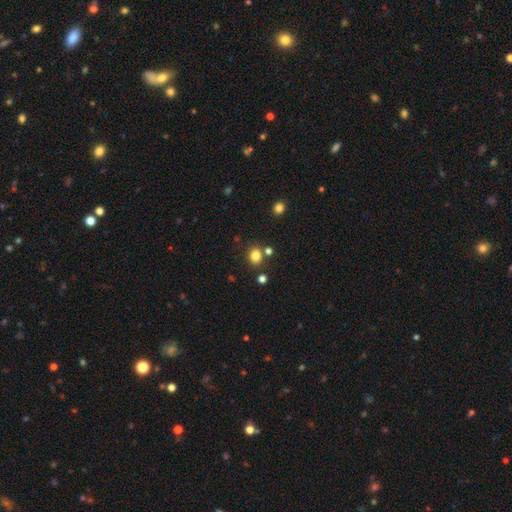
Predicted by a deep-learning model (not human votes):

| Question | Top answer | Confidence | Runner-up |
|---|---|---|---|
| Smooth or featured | smooth | 81% | star or artifact (14%) |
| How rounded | round | 74% | in between (26%) |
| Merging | none | 77% | merger (11%) |